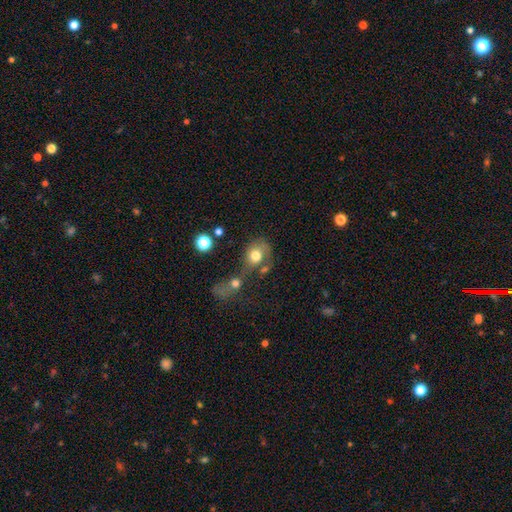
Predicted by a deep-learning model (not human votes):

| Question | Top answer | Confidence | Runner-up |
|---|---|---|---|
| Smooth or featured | smooth | 73% | featured or disk (16%) |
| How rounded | round | 59% | in between (39%) |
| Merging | merger | 44% | none (26%) |